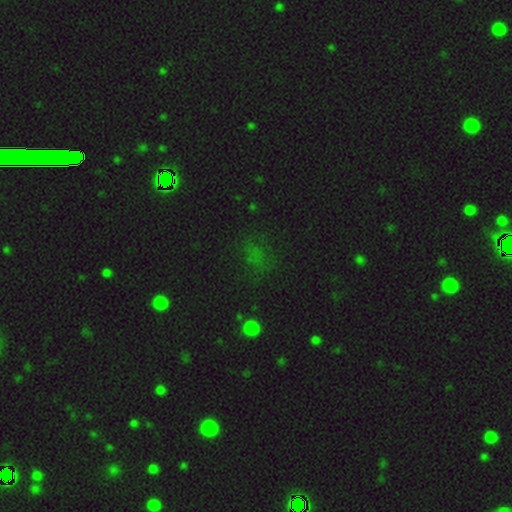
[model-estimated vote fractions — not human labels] star or artifact 54%, smooth 37%, featured or disk 8%.